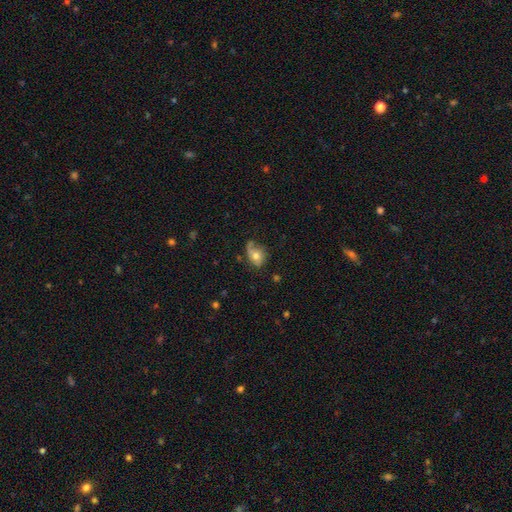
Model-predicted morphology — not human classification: A smooth galaxy with no disk features (54%) that is in between round and cigar-shaped (68%).

Vote fractions:
- Smooth or featured? smooth: 54% / featured or disk: 36% / star or artifact: 9%
- How rounded? in between: 68% / round: 30% / cigar-shaped: 2%
- Merging? none: 43% / minor disturbance: 32% / major disturbance: 21% / merger: 4%